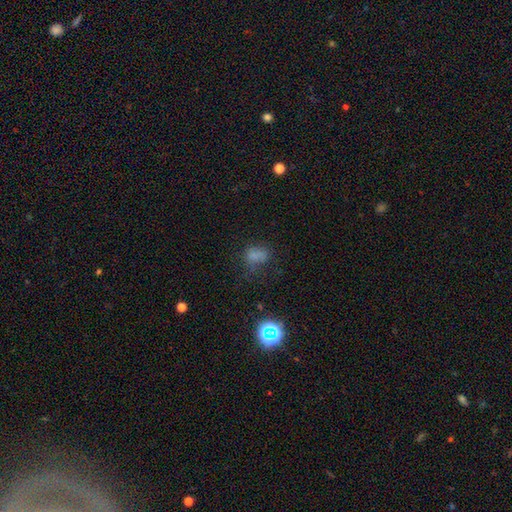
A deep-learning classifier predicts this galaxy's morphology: A smooth galaxy with no disk features (67%) that is in between round and cigar-shaped (69%).

Vote fractions:
- Smooth or featured? smooth: 67% / star or artifact: 23% / featured or disk: 11%
- How rounded? in between: 69% / round: 28% / cigar-shaped: 2%
- Merging? none: 54% / minor disturbance: 25% / major disturbance: 17% / merger: 4%